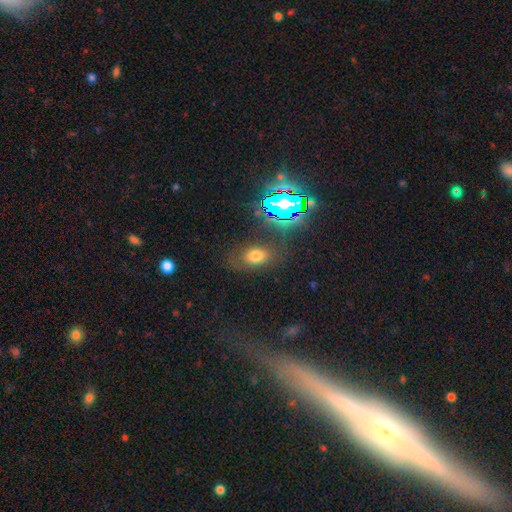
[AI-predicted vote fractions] Q: Smooth or featured?
A: smooth (64%); runner-up: star or artifact (24%)
Q: How rounded?
A: in between (80%); runner-up: round (17%)
Q: Merging?
A: none (74%); runner-up: minor disturbance (15%)